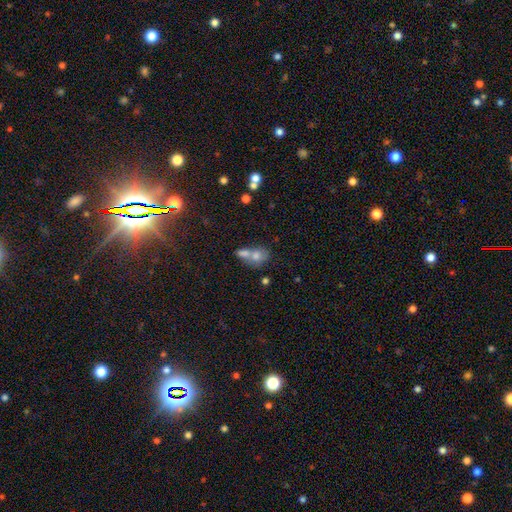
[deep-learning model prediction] The model was most divided on "how rounded": in between: 55%, round: 43%, cigar-shaped: 2%. More confident: smooth or featured — smooth (70%); merging — merger (63%).